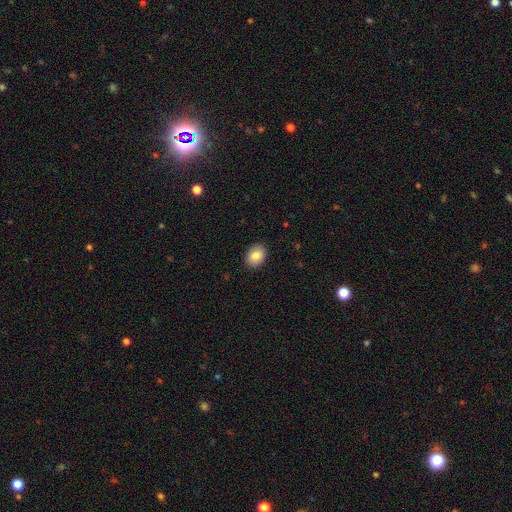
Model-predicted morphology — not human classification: Smooth or featured: smooth — 85% (star or artifact — 8%)
How rounded: in between — 70% (round — 29%)
Merging: none — 90% (minor disturbance — 7%)